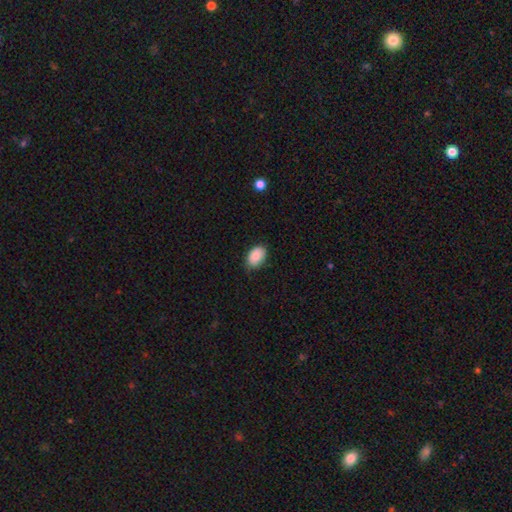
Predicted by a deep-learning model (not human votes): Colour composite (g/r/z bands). It shows a smooth galaxy with no disk features (88%) that is in between round and cigar-shaped (89%). Merging: none (75%).